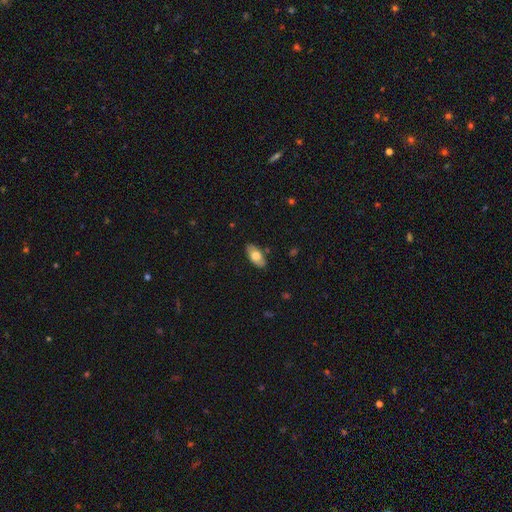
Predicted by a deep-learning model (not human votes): Q: Smooth or featured?
A: smooth (70%); runner-up: featured or disk (24%)
Q: How rounded?
A: in between (92%); runner-up: cigar-shaped (5%)
Q: Merging?
A: none (84%); runner-up: minor disturbance (13%)